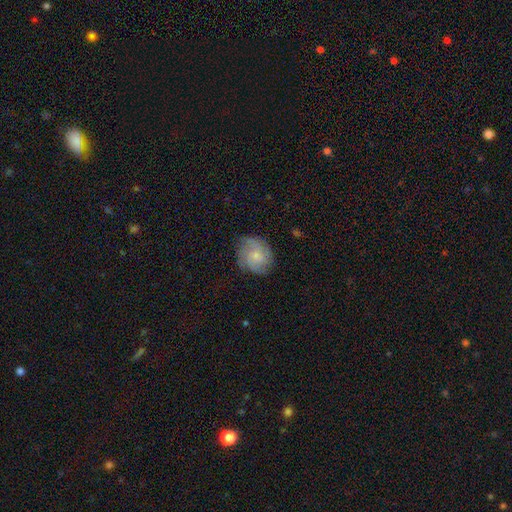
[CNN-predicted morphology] This is possibly a featured or disk galaxy (56%). It is clearly not viewed edge-on (98%). Bar: likely no (77%). Spiral arm pattern: clearly yes (88%). Central bulge: likely small (70%). Merging: likely none (71%).